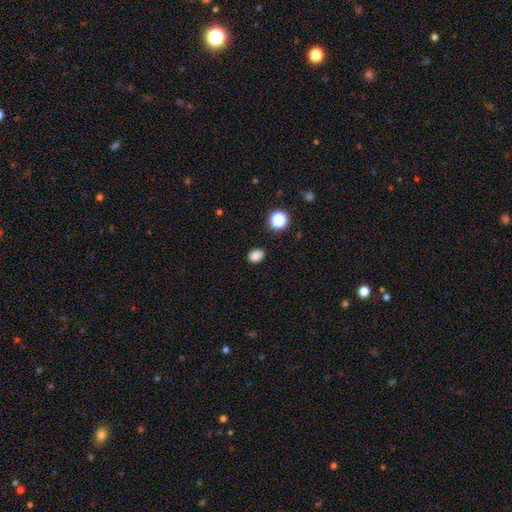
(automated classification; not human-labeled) Q: Smooth or featured?
A: smooth (84%); runner-up: star or artifact (12%)
Q: How rounded?
A: in between (64%); runner-up: round (35%)
Q: Merging?
A: none (88%); runner-up: minor disturbance (8%)